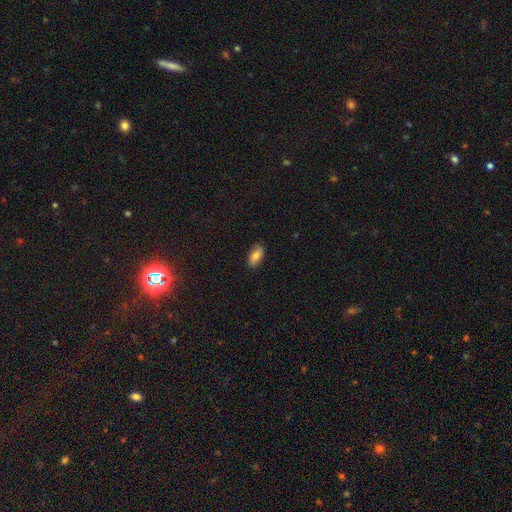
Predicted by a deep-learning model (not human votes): Overall: smooth (80%). How rounded: in between (91%). Merging: none (87%).